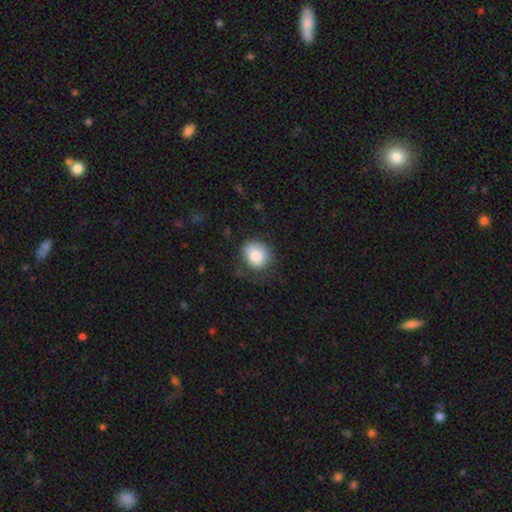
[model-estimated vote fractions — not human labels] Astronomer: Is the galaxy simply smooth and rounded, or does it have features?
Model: smooth — 83%.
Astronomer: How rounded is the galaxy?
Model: round — 66%.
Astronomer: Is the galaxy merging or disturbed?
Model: none — 58%.